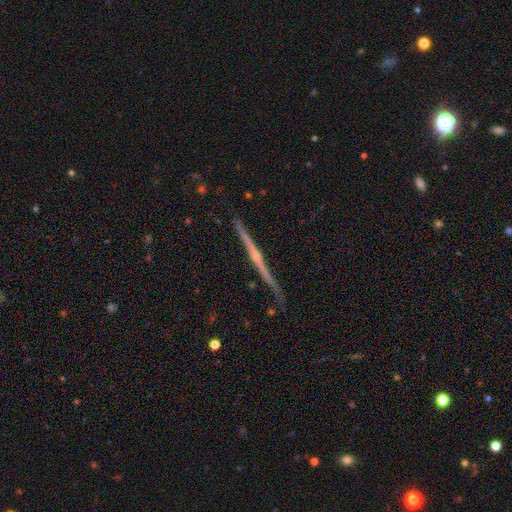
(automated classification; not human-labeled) smooth-or-featured: featured or disk: 85% | smooth: 9% | star or artifact: 5%
  disk-edge-on: yes: 98% | no: 2%
    edge-on-bulge: rounded: 73% | none: 21% | boxy: 6%
  merging: none: 88% | minor disturbance: 9% | major disturbance: 2% | merger: 1%